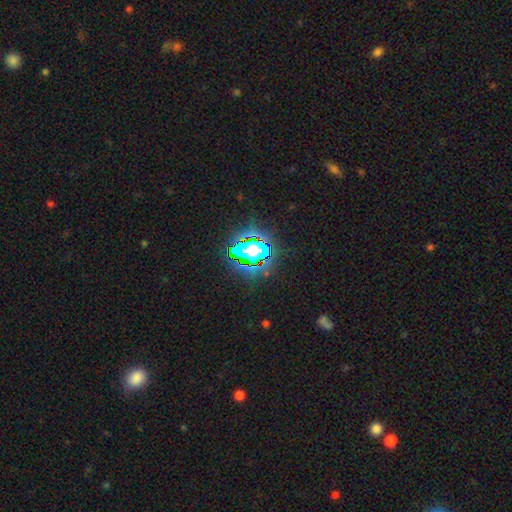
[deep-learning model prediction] star or artifact 77%, smooth 14%, featured or disk 9%.